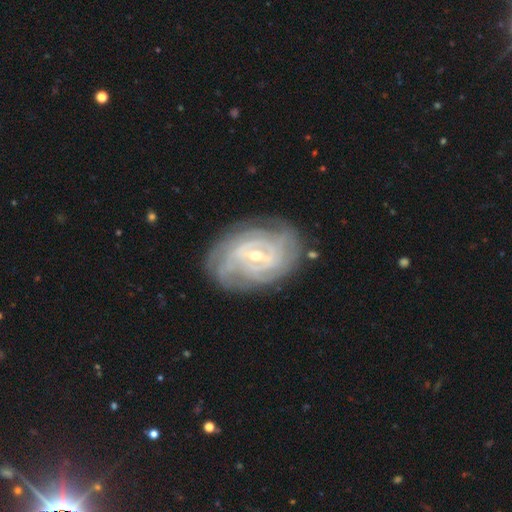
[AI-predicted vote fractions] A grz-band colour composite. It shows a featured or disk galaxy (88%) with a weak bar (51%), tight (75%) spiral arms (95%) and a small central bulge (63%). Merging: none (76%).